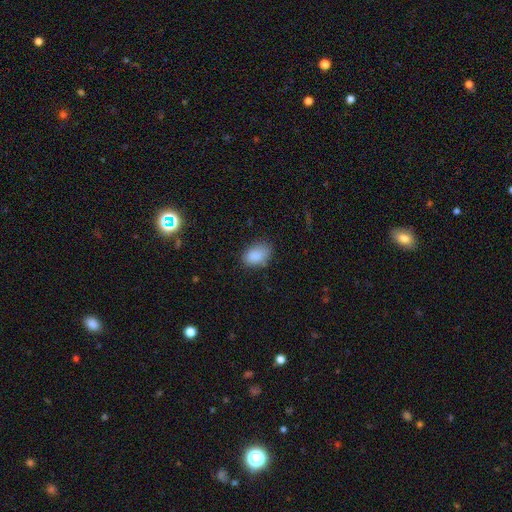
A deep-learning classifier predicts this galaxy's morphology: The model was most divided on "merging": none: 73%, minor disturbance: 21%, major disturbance: 5%, merger: 2%. More confident: how rounded — in between (87%); smooth or featured — smooth (87%).